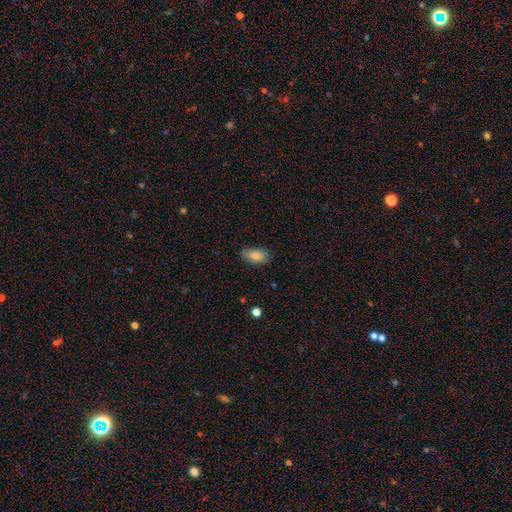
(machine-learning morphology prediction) Q: Smooth or featured?
A: smooth (83%); runner-up: featured or disk (10%)
Q: How rounded?
A: in between (92%); runner-up: round (4%)
Q: Merging?
A: none (79%); runner-up: minor disturbance (17%)